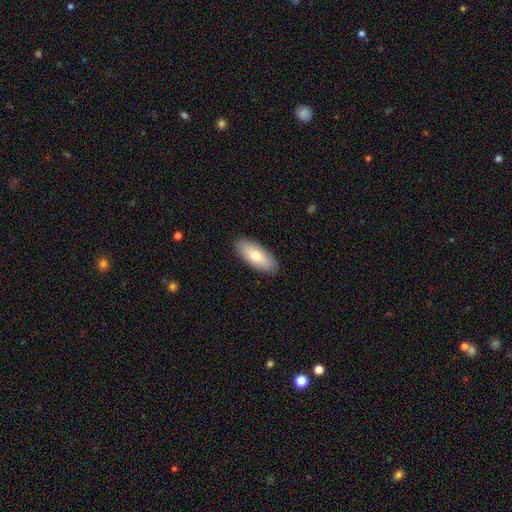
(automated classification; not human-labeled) A smooth galaxy with no disk features (77%) that is in between round and cigar-shaped (81%). Merging: none (89%).